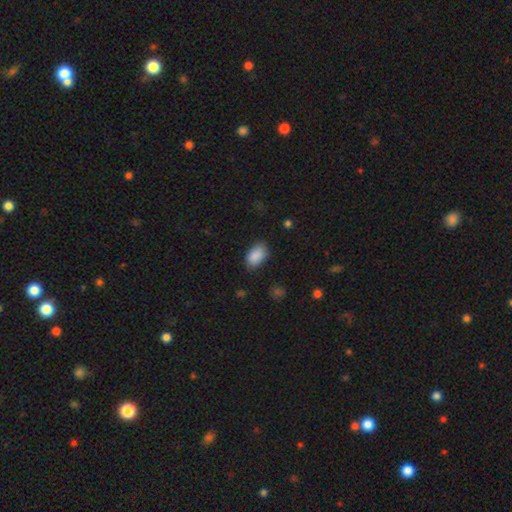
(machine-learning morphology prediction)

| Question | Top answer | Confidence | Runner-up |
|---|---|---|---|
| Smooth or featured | smooth | 89% | star or artifact (7%) |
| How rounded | in between | 92% | round (7%) |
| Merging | none | 82% | minor disturbance (14%) |